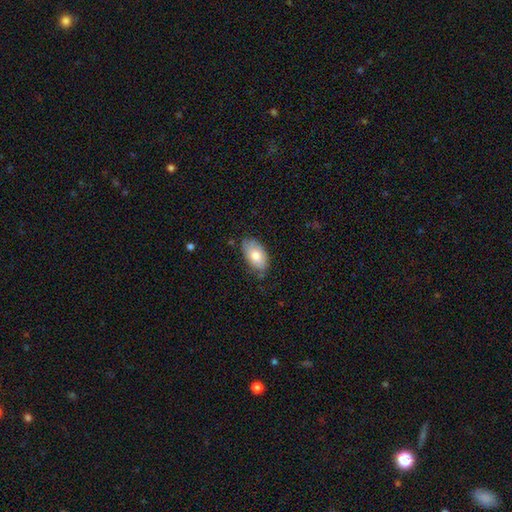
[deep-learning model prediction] smooth 76%, featured or disk 17%, star or artifact 6%. Down the decision tree: how rounded — in between (94%); merging — none (67%).